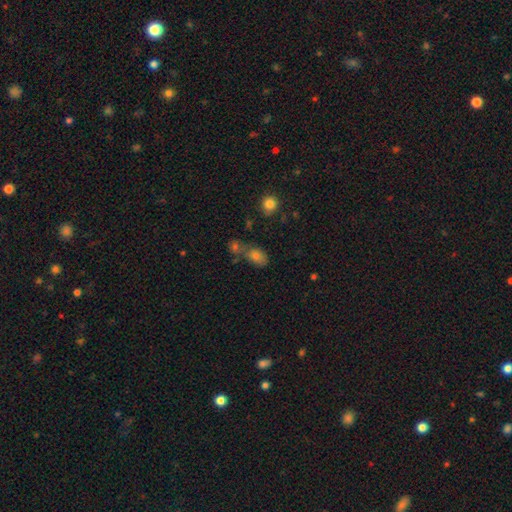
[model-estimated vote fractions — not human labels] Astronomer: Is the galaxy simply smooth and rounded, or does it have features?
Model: smooth — 73%.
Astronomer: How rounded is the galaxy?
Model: in between — 81%.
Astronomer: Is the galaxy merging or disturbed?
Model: none — 44% (runner-up: merger, 36%).